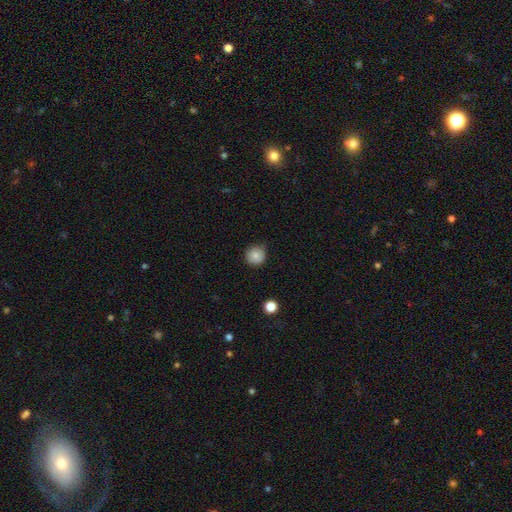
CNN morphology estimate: Q: Smooth or featured?
A: smooth (85%); runner-up: star or artifact (10%)
Q: How rounded?
A: round (92%); runner-up: in between (7%)
Q: Merging?
A: none (83%); runner-up: minor disturbance (13%)